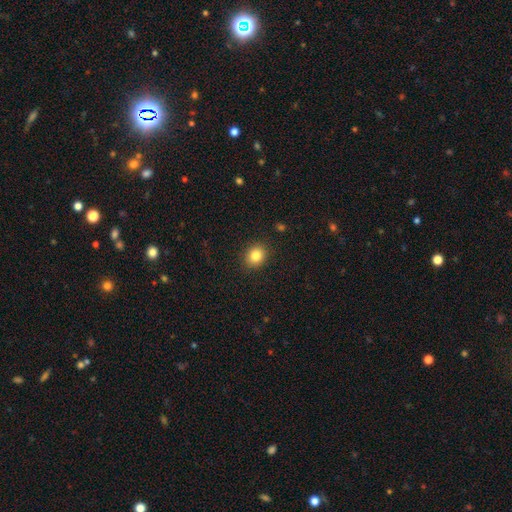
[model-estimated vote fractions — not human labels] Smooth or featured? smooth (84%)
How rounded? round (71%)
Merging? none (90%)